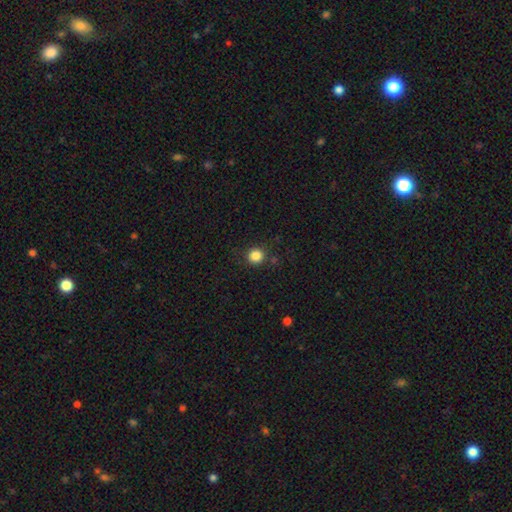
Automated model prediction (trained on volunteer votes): Q: Smooth or featured?
A: smooth (84%); runner-up: star or artifact (12%)
Q: How rounded?
A: round (92%); runner-up: in between (7%)
Q: Merging?
A: none (87%); runner-up: minor disturbance (8%)